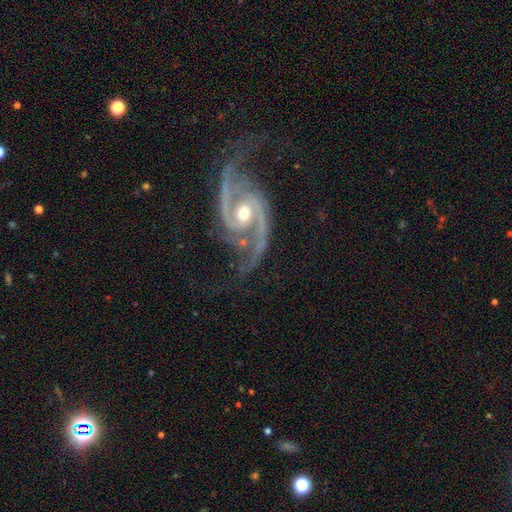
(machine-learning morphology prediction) This appears to be a featured or disk galaxy (93%) with no bar (46%), 2 (85%) medium (56%) spiral arms (99%) and a moderate central bulge (66%). Merging: none (68%).